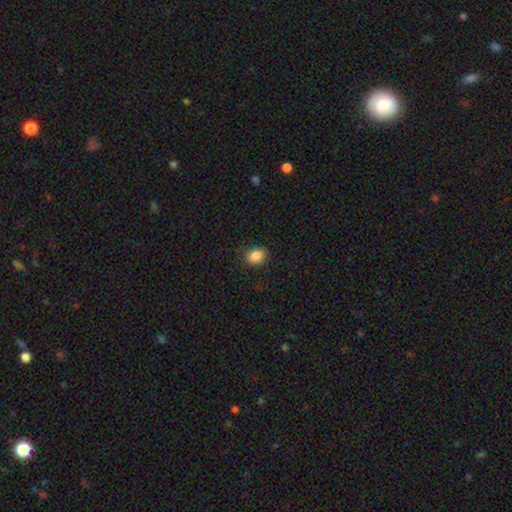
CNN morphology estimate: This is clearly a smooth galaxy (87%). How rounded: likely in between (65%). Merging: clearly none (86%).